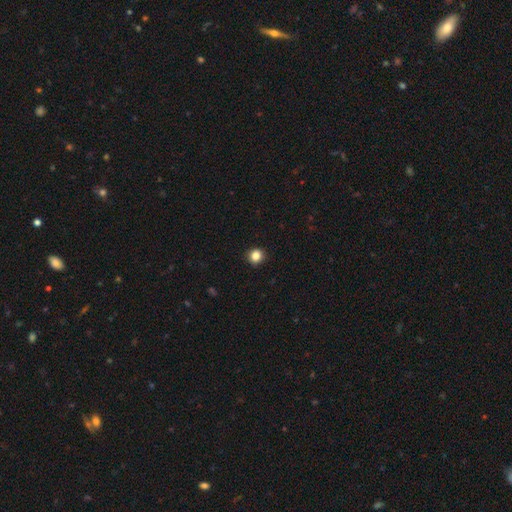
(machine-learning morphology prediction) A smooth galaxy with no disk features (84%) that is round (89%).

Vote fractions:
- Smooth or featured? smooth: 84% / star or artifact: 12% / featured or disk: 4%
- How rounded? round: 89% / in between: 11% / cigar-shaped: 1%
- Merging? none: 91% / minor disturbance: 6% / major disturbance: 2% / merger: 1%